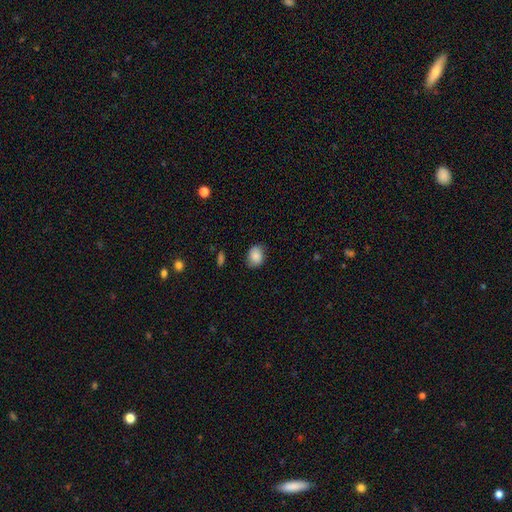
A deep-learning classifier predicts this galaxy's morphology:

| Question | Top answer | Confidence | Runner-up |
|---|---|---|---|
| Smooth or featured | smooth | 86% | star or artifact (8%) |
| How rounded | in between | 62% | round (37%) |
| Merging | none | 79% | minor disturbance (17%) |